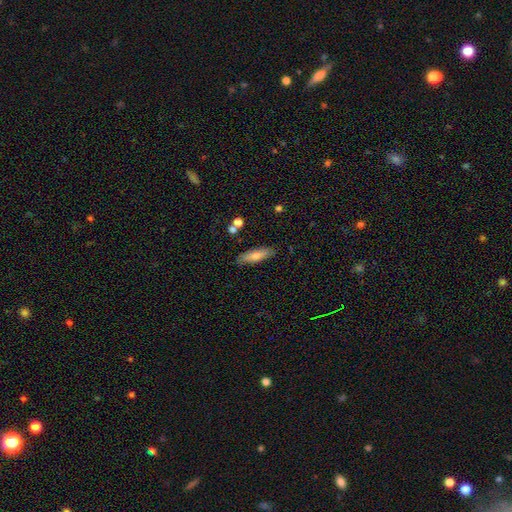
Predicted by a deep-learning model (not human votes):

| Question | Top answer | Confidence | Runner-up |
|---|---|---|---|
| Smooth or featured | smooth | 71% | featured or disk (22%) |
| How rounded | cigar-shaped | 58% | in between (40%) |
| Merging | none | 84% | minor disturbance (11%) |